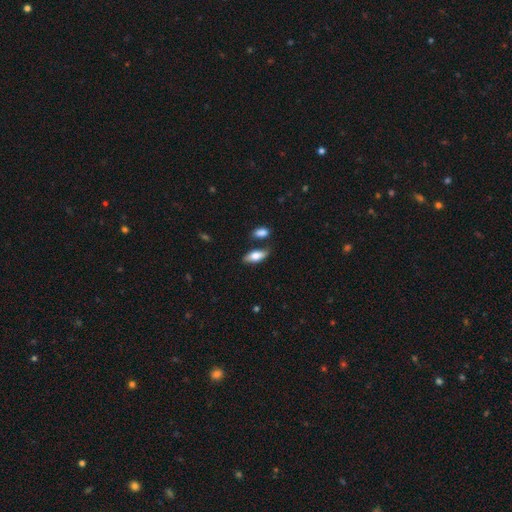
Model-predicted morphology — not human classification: This appears to be a smooth galaxy with no disk features (76%) that is in between round and cigar-shaped (79%). Merging: none (75%).